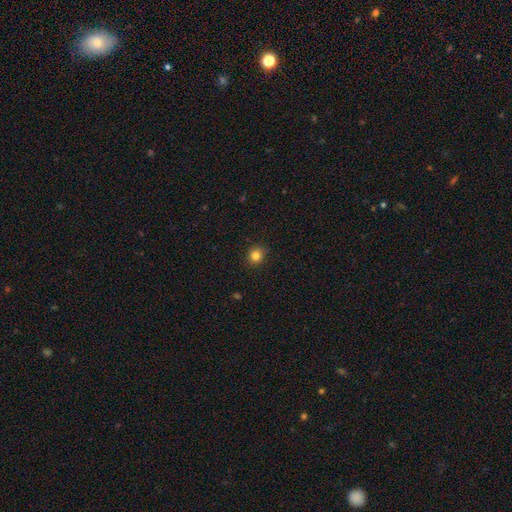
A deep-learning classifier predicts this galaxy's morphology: type=smooth (83%); roundness=round (86%); merging=none (87%).